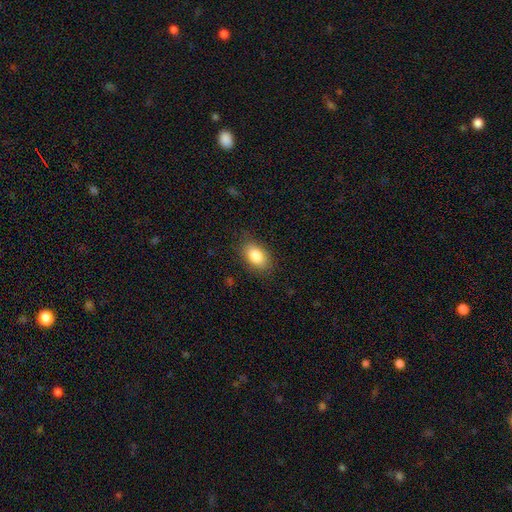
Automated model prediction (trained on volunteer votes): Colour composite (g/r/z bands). It shows a smooth galaxy with no disk features (85%) that is in between round and cigar-shaped (90%). Merging: none (83%).